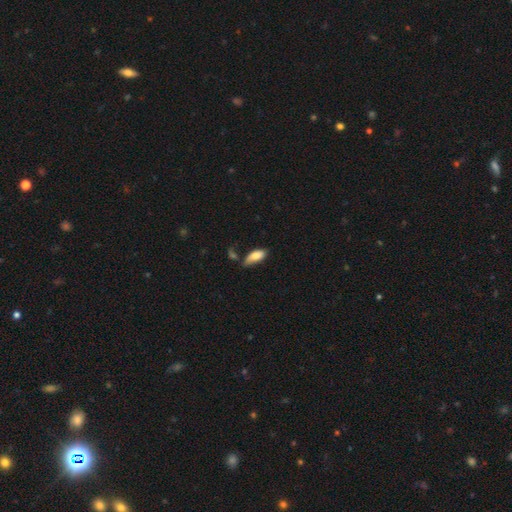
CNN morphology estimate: The model was most divided on "merging": none: 45%, minor disturbance: 34%, major disturbance: 11%, merger: 10%. More confident: how rounded — in between (84%); smooth or featured — smooth (82%).